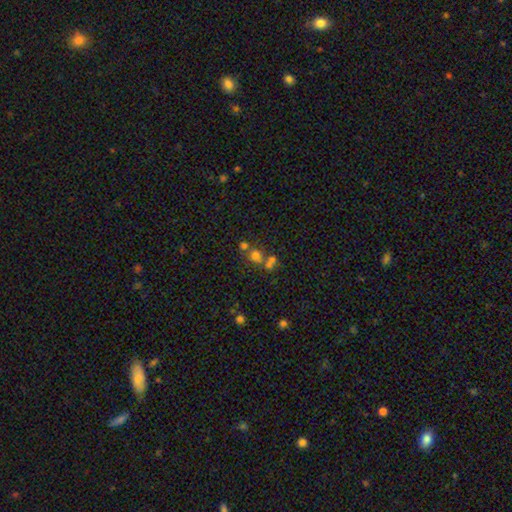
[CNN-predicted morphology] This is likely a smooth galaxy (61%). How rounded: clearly round (86%). Merging: possibly none (48%).